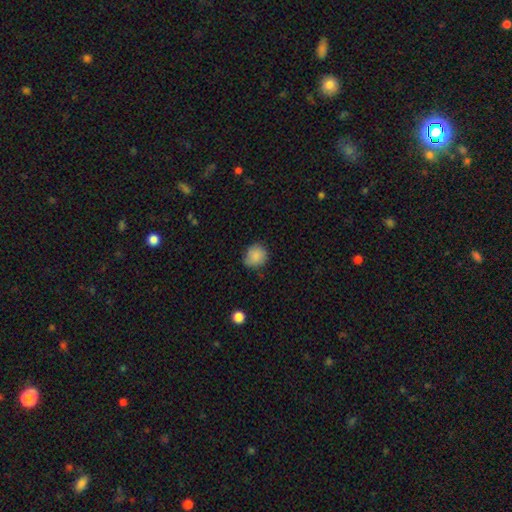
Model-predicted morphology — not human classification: Overall: smooth (86%). How rounded: round (81%). Merging: none (69%).